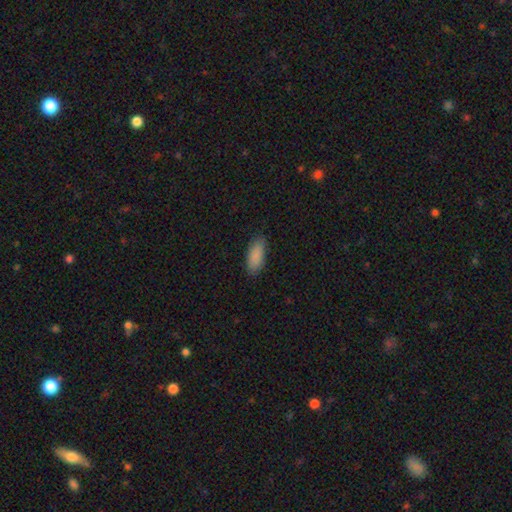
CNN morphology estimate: The model was most divided on "how rounded": in between: 83%, cigar-shaped: 15%, round: 2%. More confident: smooth or featured — smooth (89%); merging — none (84%).